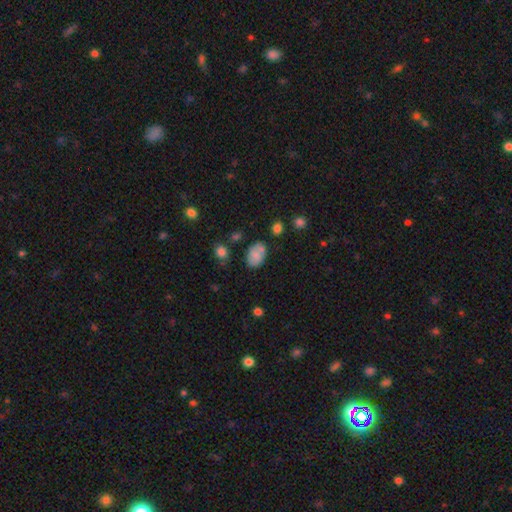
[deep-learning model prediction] smooth-or-featured: smooth: 75% | featured or disk: 16% | star or artifact: 9%
  how-rounded: in between: 86% | round: 12% | cigar-shaped: 1%
  merging: none: 64% | minor disturbance: 20% | merger: 10% | major disturbance: 5%